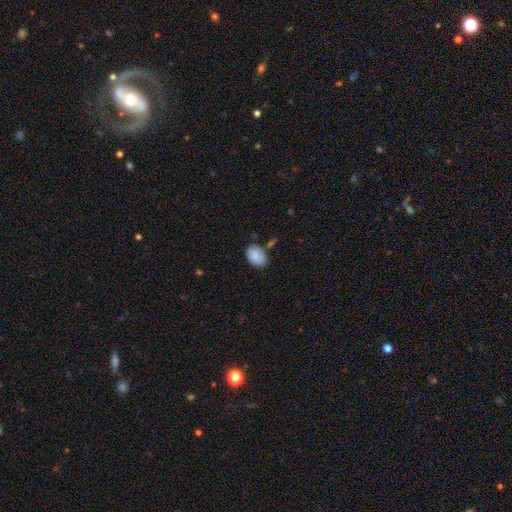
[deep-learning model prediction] The model was most divided on "merging": none: 69%, minor disturbance: 19%, merger: 8%, major disturbance: 4%. More confident: smooth or featured — smooth (85%); how rounded — in between (76%).